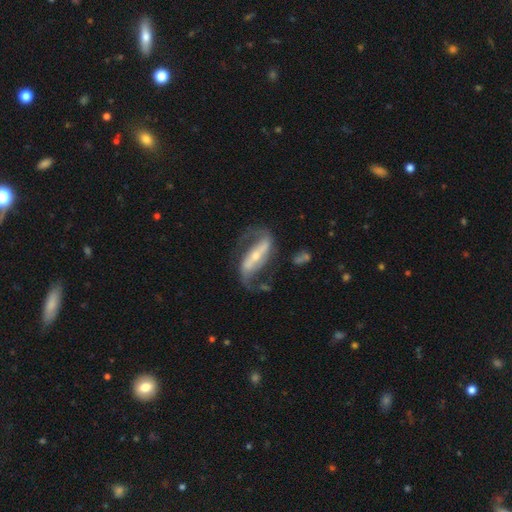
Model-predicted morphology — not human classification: smooth-or-featured: featured or disk: 85% | smooth: 10% | star or artifact: 5%
  disk-edge-on: no: 88% | yes: 12%
    bar: strong: 68% | weak: 19% | no: 13%
    has-spiral-arms: yes: 91% | no: 9%
      spiral-winding: loose: 53% | medium: 34% | tight: 13%
      spiral-arm-count: 2: 90% | can't tell: 4% | 1: 3% | 3: 1% | 4: 1% | more than 4: 1%
    bulge-size: small: 57% | moderate: 37% | large: 3% | none: 2% | dominant: 1%
  merging: none: 62% | minor disturbance: 17% | major disturbance: 17% | merger: 4%